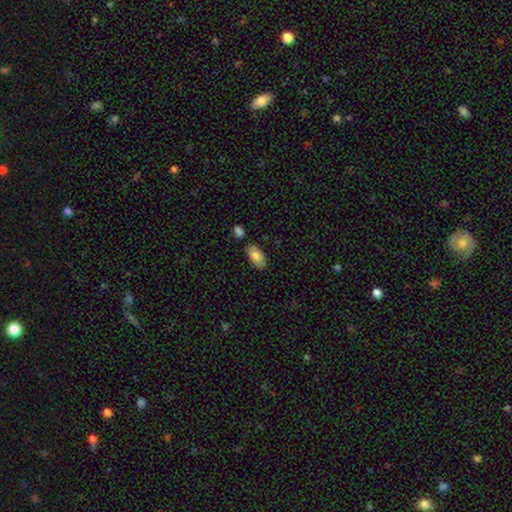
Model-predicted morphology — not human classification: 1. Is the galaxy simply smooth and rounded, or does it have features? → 78% smooth, 16% featured or disk, 6% star or artifact.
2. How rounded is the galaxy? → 94% in between, 3% cigar-shaped, 3% round.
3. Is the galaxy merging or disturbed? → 81% none, 12% minor disturbance, 4% merger, 2% major disturbance.